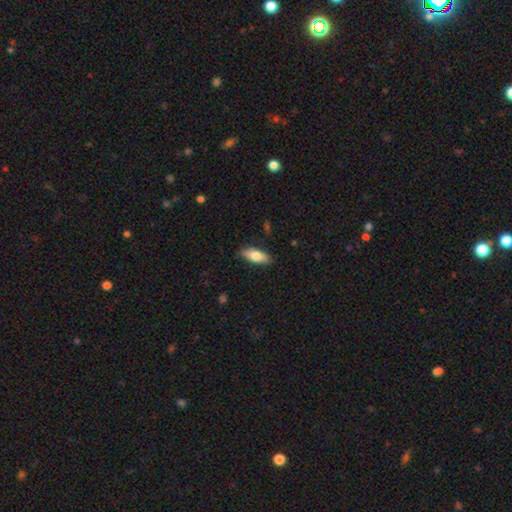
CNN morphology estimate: Smooth or featured? smooth (76%)
How rounded? in between (73%)
Merging? none (85%)